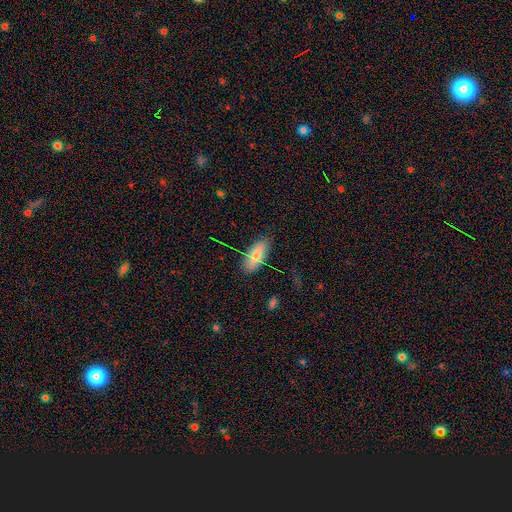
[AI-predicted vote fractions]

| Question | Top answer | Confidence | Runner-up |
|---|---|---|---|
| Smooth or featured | smooth | 78% | featured or disk (14%) |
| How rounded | in between | 79% | cigar-shaped (18%) |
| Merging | none | 79% | minor disturbance (15%) |